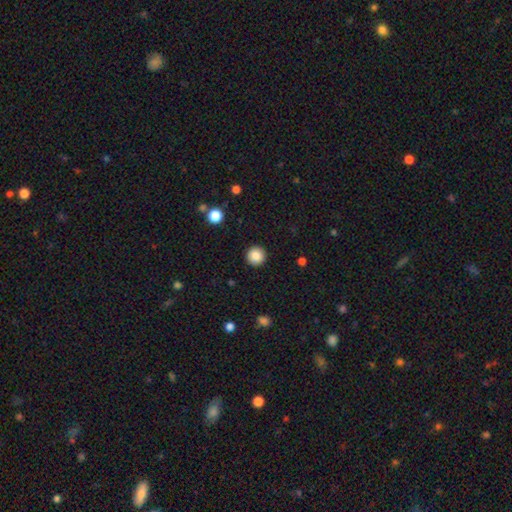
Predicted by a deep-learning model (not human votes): smooth_or_featured: smooth (p=0.86) [alt: star or artifact p=0.09]
how_rounded: round (p=0.96) [alt: in between p=0.03]
merging: none (p=0.93) [alt: minor disturbance p=0.04]